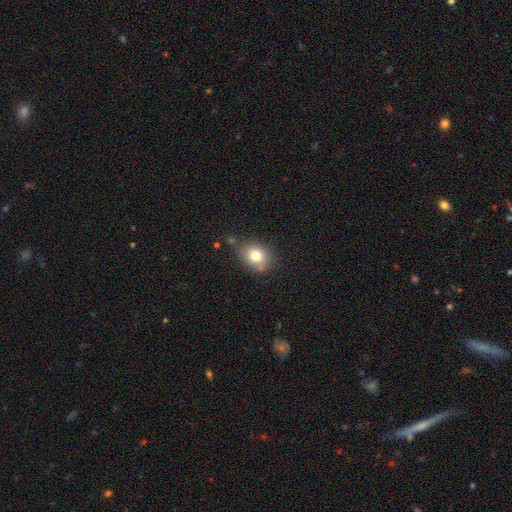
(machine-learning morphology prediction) smooth_or_featured: smooth (p=0.79) [alt: featured or disk p=0.11]
how_rounded: round (p=0.51) [alt: in between p=0.48]
merging: none (p=0.67) [alt: minor disturbance p=0.21]